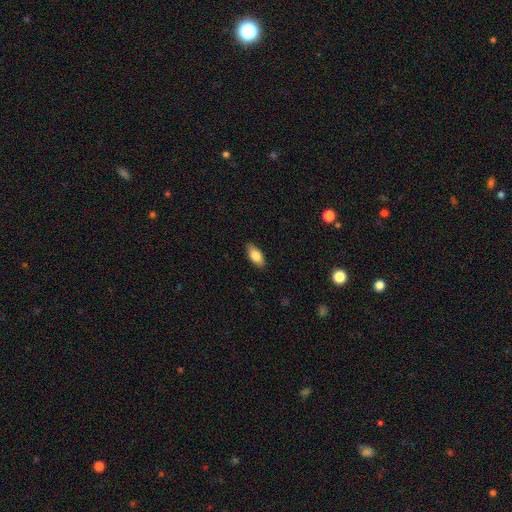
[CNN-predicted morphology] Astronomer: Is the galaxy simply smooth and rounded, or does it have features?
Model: smooth — 82%.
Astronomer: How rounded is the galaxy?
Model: in between — 88%.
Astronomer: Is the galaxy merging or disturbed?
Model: none — 88%.